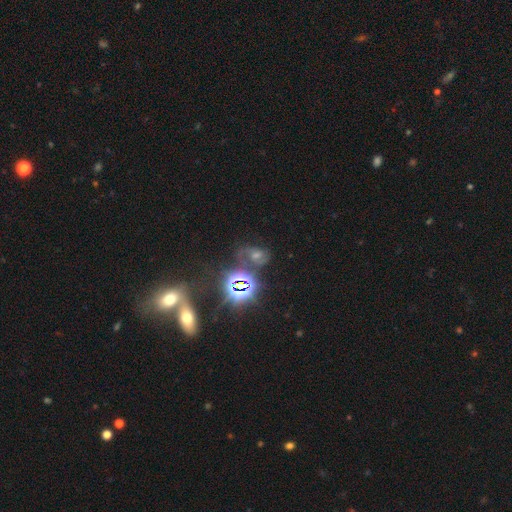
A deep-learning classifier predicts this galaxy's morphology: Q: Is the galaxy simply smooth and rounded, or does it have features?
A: star or artifact — 55%.